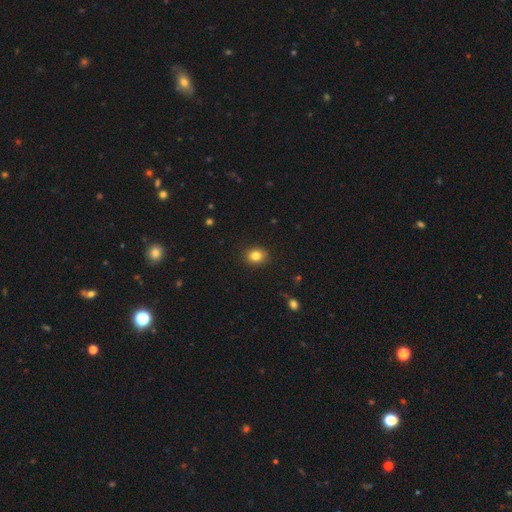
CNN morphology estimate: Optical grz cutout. It shows a smooth galaxy with no disk features (83%) that is round (60%). Merging: none (89%).